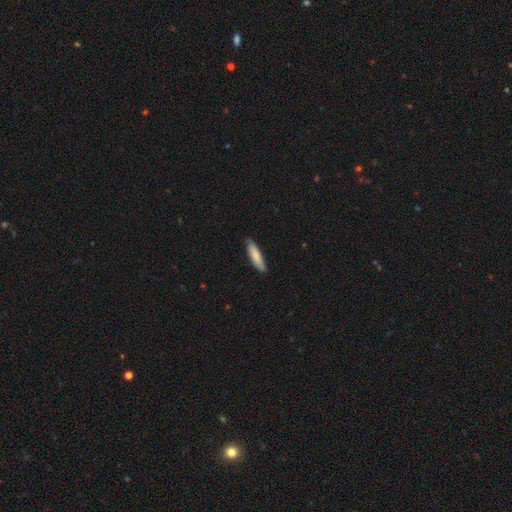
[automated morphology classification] The model was most divided on "how rounded": cigar-shaped: 76%, in between: 22%, round: 1%. More confident: merging — none (81%); smooth or featured — smooth (78%).